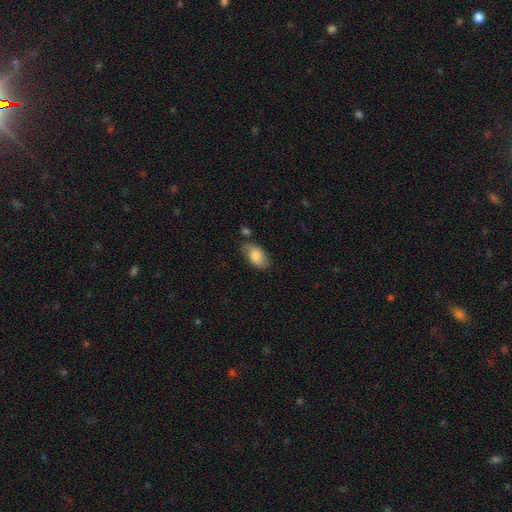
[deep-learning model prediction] Smooth or featured: smooth — 77% (featured or disk — 16%)
How rounded: in between — 93% (round — 5%)
Merging: none — 63% (minor disturbance — 25%)